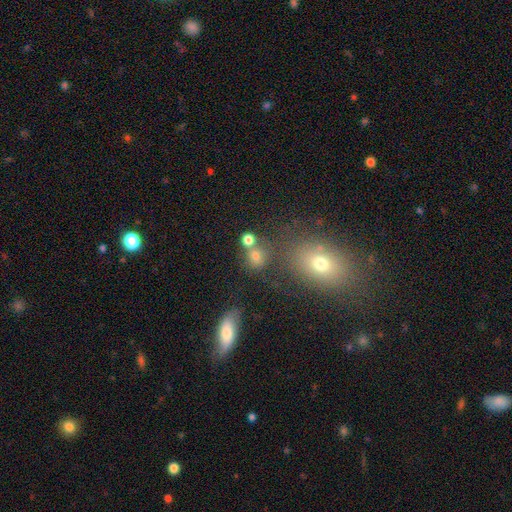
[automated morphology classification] A smooth galaxy with no disk features (71%) that is round (72%). Merging: none (54%).